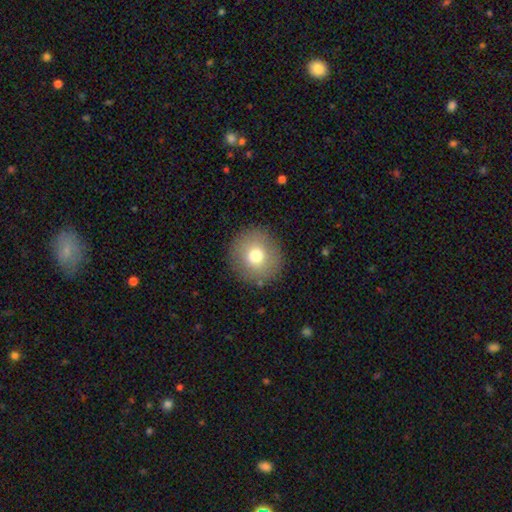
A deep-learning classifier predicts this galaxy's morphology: smooth_or_featured: smooth (p=0.74) [alt: featured or disk p=0.16]
how_rounded: round (p=0.93) [alt: in between p=0.06]
merging: none (p=0.89) [alt: minor disturbance p=0.07]